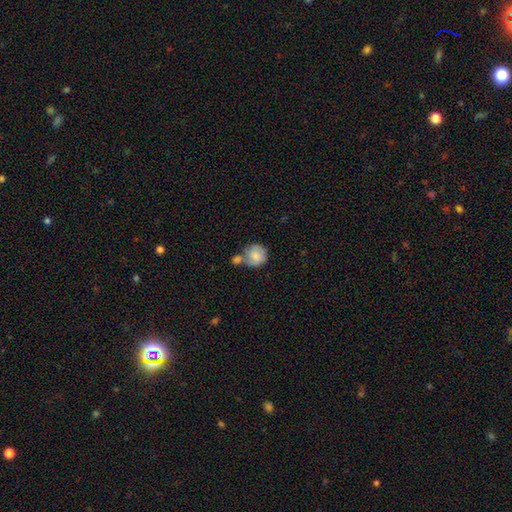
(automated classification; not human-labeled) Overall: smooth (76%). How rounded: round (84%). Merging: merger (41%; none 34%).